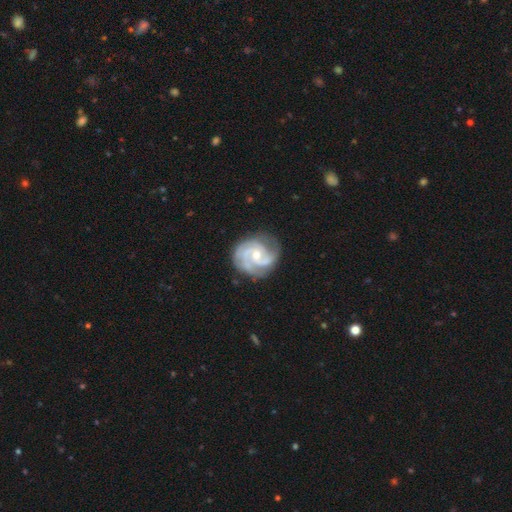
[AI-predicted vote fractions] This appears to be a featured or disk galaxy (90%) with no bar (61%), 3 (43%) tight (57%) spiral arms (98%) and a small central bulge (49%). Merging: none (76%).